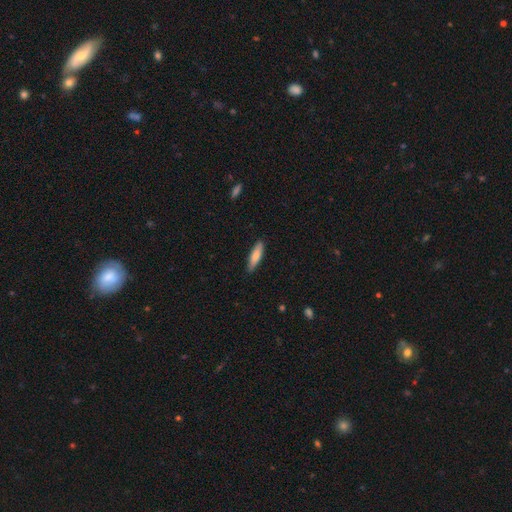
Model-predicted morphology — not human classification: smooth_or_featured: smooth (p=0.78) [alt: featured or disk p=0.17]
how_rounded: cigar-shaped (p=0.71) [alt: in between p=0.27]
merging: none (p=0.87) [alt: minor disturbance p=0.10]